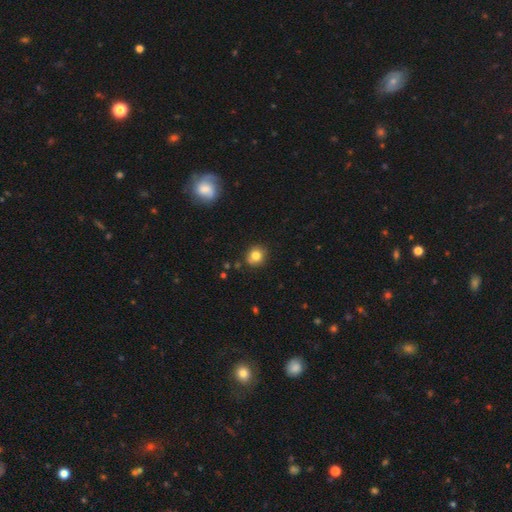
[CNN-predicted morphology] Overall: smooth (81%). How rounded: round (80%). Merging: none (84%).